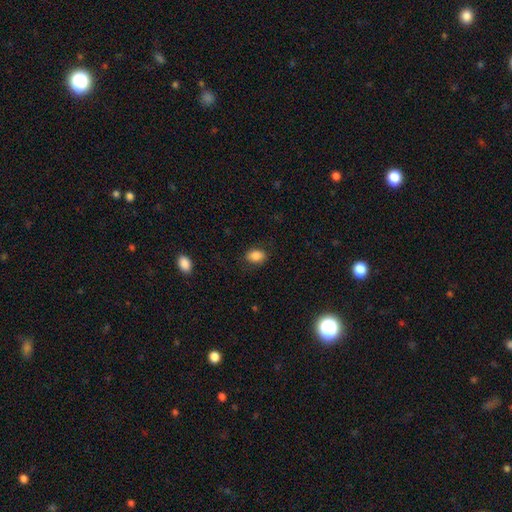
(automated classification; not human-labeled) Smooth or featured? smooth (85%)
How rounded? in between (75%)
Merging? none (82%)